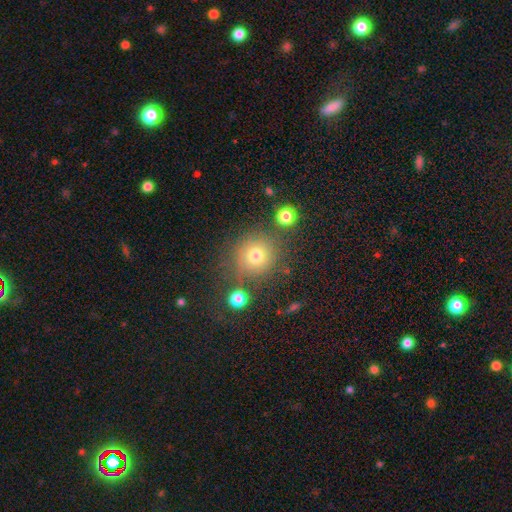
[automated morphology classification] This is likely a smooth galaxy (71%). How rounded: clearly round (91%). Merging: likely none (79%).